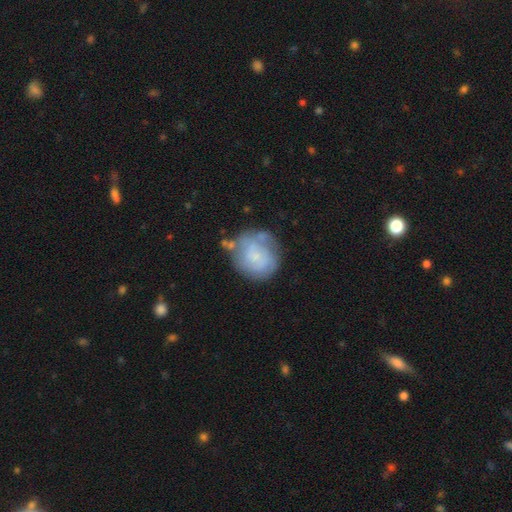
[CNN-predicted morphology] The model was most divided on "smooth or featured": smooth: 48%, featured or disk: 43%, star or artifact: 8%. More confident: merging — none (53%).